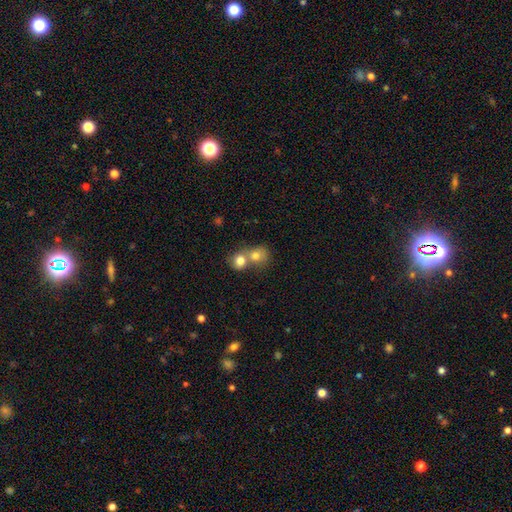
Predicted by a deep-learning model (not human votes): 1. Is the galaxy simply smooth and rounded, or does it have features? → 77% smooth, 14% featured or disk, 10% star or artifact.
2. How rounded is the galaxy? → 72% round, 27% in between, 1% cigar-shaped.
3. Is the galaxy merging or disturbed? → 67% merger, 25% none, 5% minor disturbance, 3% major disturbance.